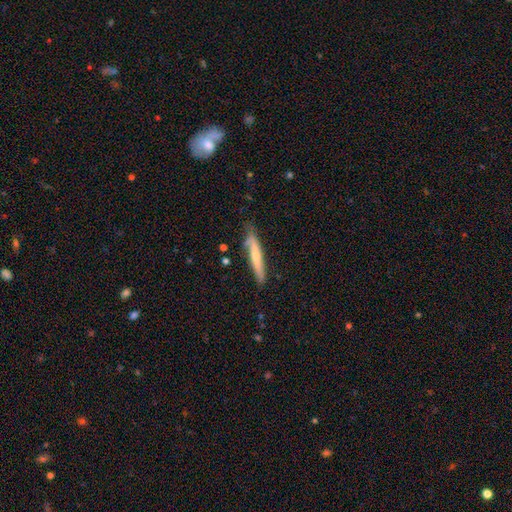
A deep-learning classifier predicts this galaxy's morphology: Smooth or featured? Predicted: smooth (p=0.52). How rounded? Predicted: cigar-shaped (p=0.93). Merging? Predicted: none (p=0.70).